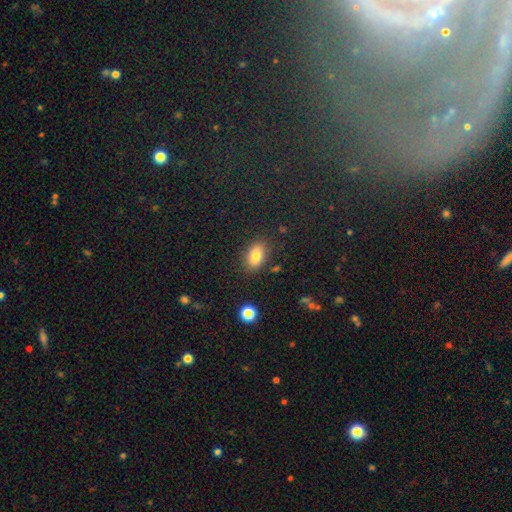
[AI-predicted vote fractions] The model was most divided on "smooth or featured": smooth: 81%, star or artifact: 10%, featured or disk: 10%. More confident: how rounded — in between (86%); merging — none (83%).